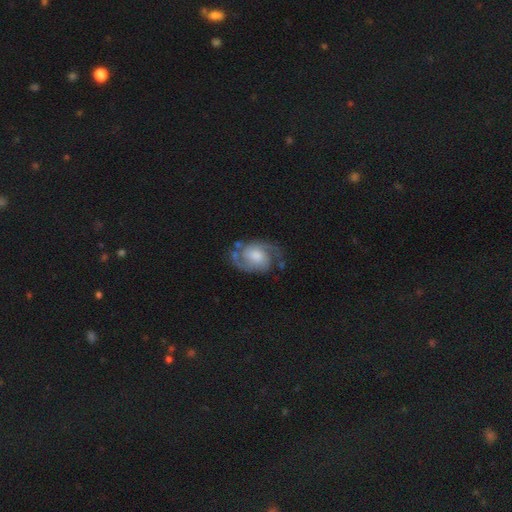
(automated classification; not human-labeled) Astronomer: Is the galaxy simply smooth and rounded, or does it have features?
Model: featured or disk — 83%.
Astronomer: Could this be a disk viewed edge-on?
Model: no — 98%.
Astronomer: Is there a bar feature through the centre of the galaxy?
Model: no — 62%.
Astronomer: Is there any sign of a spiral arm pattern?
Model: yes — 96%.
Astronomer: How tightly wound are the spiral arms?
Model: medium — 51% (runner-up: tight, 27%).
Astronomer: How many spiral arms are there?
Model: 2 — 90%.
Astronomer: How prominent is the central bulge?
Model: moderate — 33% (runner-up: large, 30%).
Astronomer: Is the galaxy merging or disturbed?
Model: none — 65%.